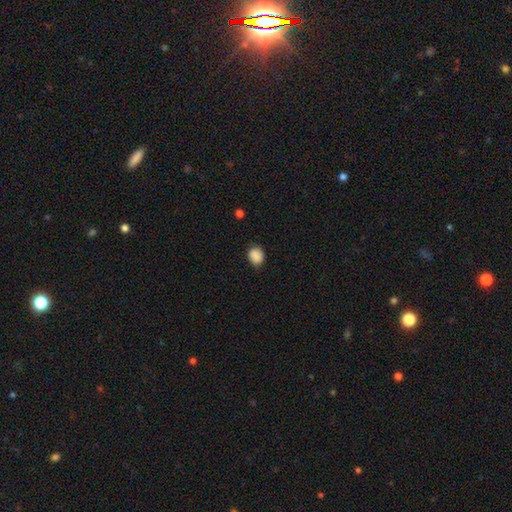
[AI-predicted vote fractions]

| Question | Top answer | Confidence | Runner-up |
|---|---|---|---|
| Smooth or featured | smooth | 89% | star or artifact (9%) |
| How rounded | round | 59% | in between (40%) |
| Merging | none | 82% | minor disturbance (14%) |